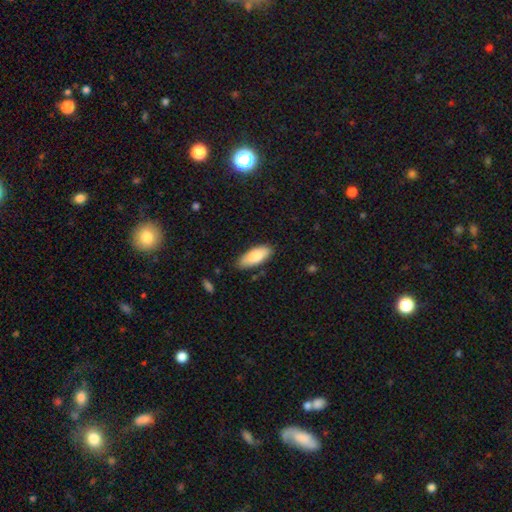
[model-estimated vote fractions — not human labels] smooth 81%, featured or disk 13%, star or artifact 6%. Down the decision tree: how rounded — in between (82%); merging — none (84%).